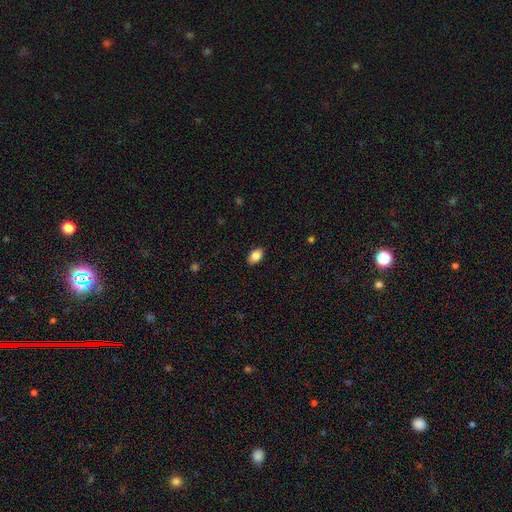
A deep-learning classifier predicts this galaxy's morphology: smooth 85%, star or artifact 8%, featured or disk 7%. Down the decision tree: how rounded — in between (89%); merging — none (89%).